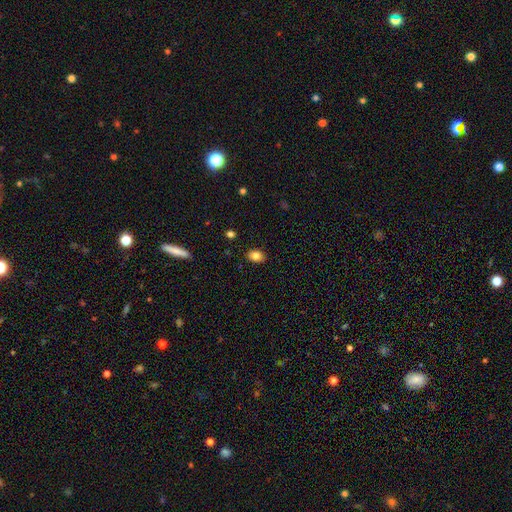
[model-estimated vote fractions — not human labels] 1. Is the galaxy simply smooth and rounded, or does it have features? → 83% smooth, 10% star or artifact, 7% featured or disk.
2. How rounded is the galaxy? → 71% in between, 28% round, 1% cigar-shaped.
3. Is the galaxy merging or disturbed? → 88% none, 9% minor disturbance, 2% major disturbance, 1% merger.